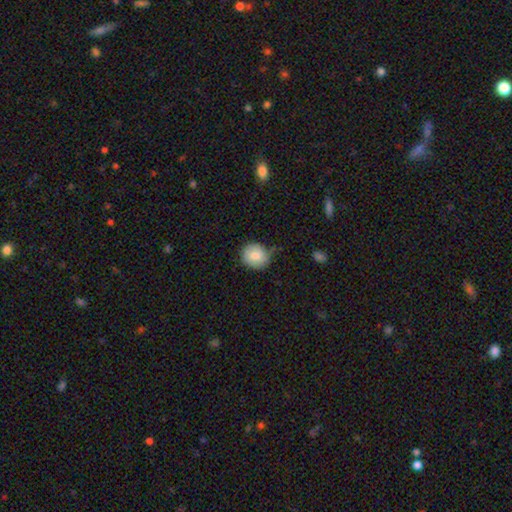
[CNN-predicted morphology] smooth-or-featured: smooth: 83% | featured or disk: 10% | star or artifact: 7%
  how-rounded: round: 82% | in between: 17% | cigar-shaped: 1%
  merging: none: 68% | minor disturbance: 25% | major disturbance: 5% | merger: 3%